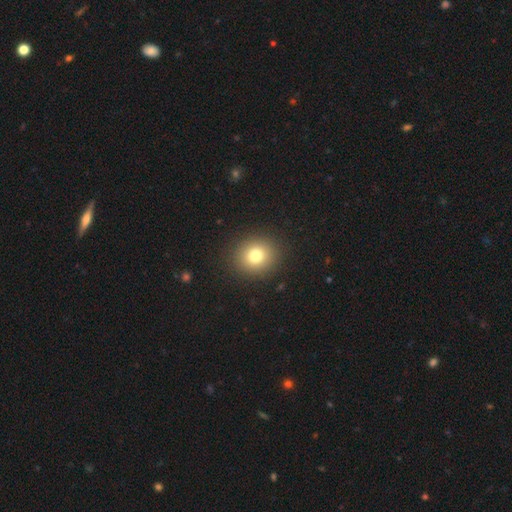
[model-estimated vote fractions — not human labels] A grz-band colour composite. It shows a smooth galaxy with no disk features (79%) that is round (80%). Merging: none (91%).